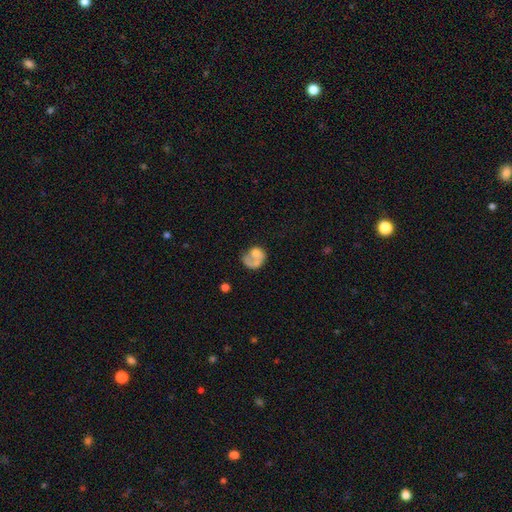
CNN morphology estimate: smooth_or_featured: smooth (p=0.48) [alt: featured or disk p=0.43]
merging: major disturbance (p=0.38) [alt: none p=0.33]